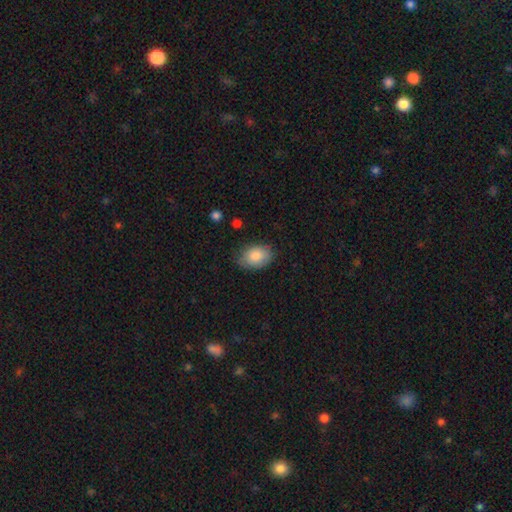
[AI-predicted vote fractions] This appears to be a smooth galaxy with no disk features (85%) that is in between round and cigar-shaped (84%). Merging: none (75%).